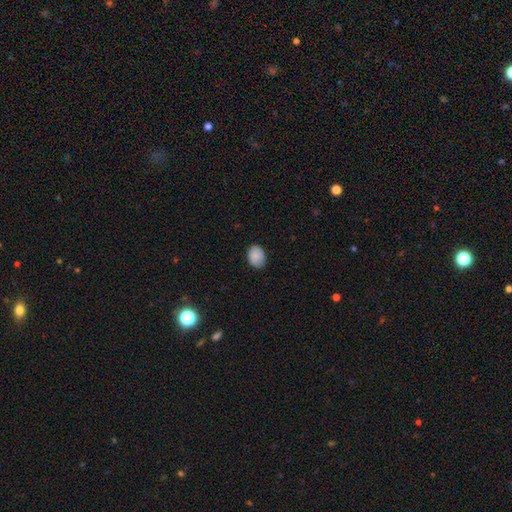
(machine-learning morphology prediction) A smooth galaxy with no disk features (84%) that is in between round and cigar-shaped (72%). Merging: none (78%).